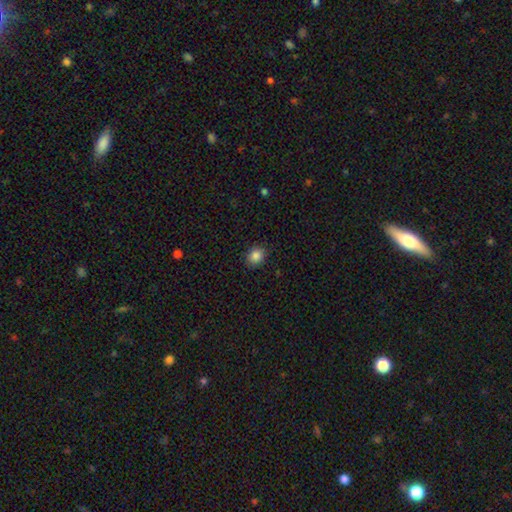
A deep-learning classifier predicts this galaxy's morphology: The model was most divided on "how rounded": round: 65%, in between: 34%, cigar-shaped: 1%. More confident: merging — none (88%); smooth or featured — smooth (85%).